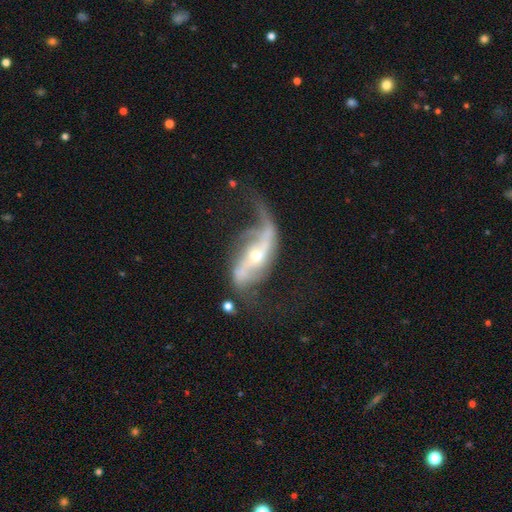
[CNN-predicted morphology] smooth-or-featured: featured or disk: 88% | smooth: 7% | star or artifact: 6%
  disk-edge-on: no: 92% | yes: 8%
    bar: strong: 42% | no: 31% | weak: 27%
    has-spiral-arms: yes: 93% | no: 7%
      spiral-winding: loose: 80% | medium: 15% | tight: 5%
      spiral-arm-count: 2: 86% | 1: 7% | can't tell: 3% | 3: 1% | 4: 1% | more than 4: 1%
    bulge-size: small: 60% | moderate: 36% | large: 2% | none: 1% | dominant: 1%
  merging: none: 45% | major disturbance: 28% | minor disturbance: 21% | merger: 5%